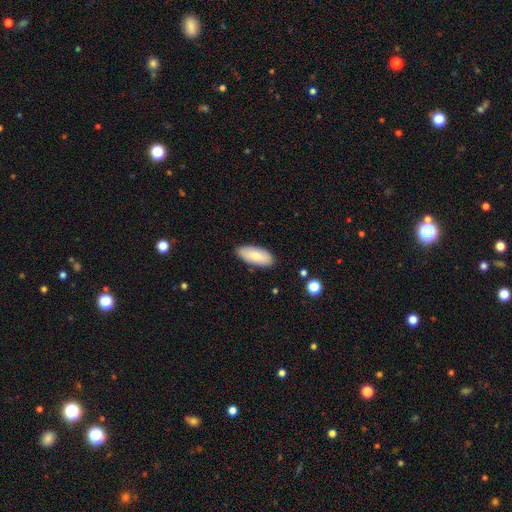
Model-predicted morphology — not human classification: Overall: smooth (78%). How rounded: in between (88%). Merging: none (86%).